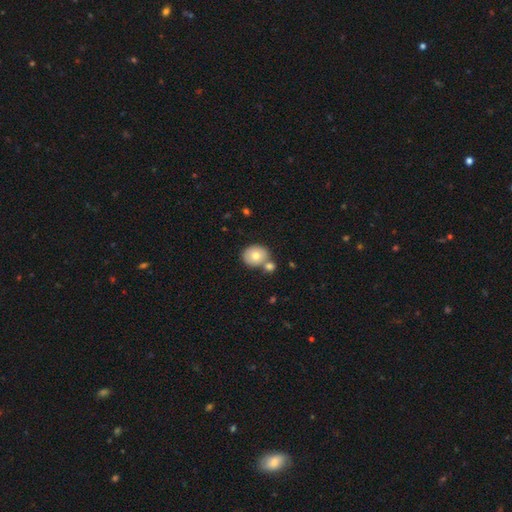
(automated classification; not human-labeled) A smooth galaxy with no disk features (76%) that is round (74%).

Vote fractions:
- Smooth or featured? smooth: 76% / featured or disk: 15% / star or artifact: 9%
- How rounded? round: 74% / in between: 25% / cigar-shaped: 1%
- Merging? none: 58% / merger: 29% / minor disturbance: 10% / major disturbance: 3%